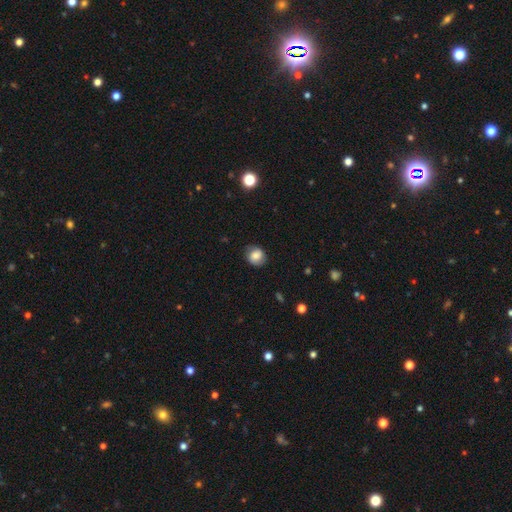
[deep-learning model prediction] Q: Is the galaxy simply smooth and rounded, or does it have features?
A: smooth — 73%.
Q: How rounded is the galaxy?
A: round — 69%.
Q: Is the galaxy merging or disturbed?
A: none — 78%.